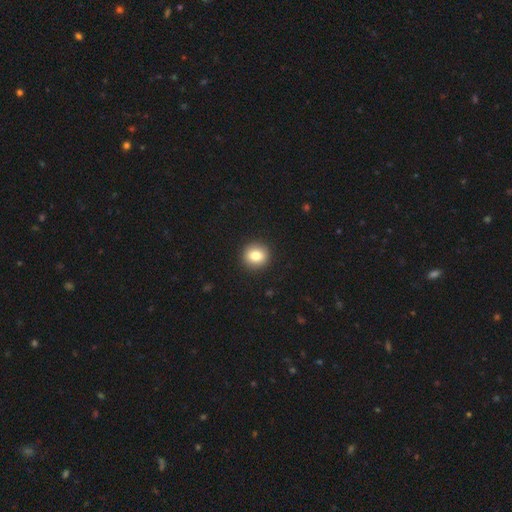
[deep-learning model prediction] This is clearly a smooth galaxy (82%). How rounded: clearly round (89%). Merging: clearly none (92%).